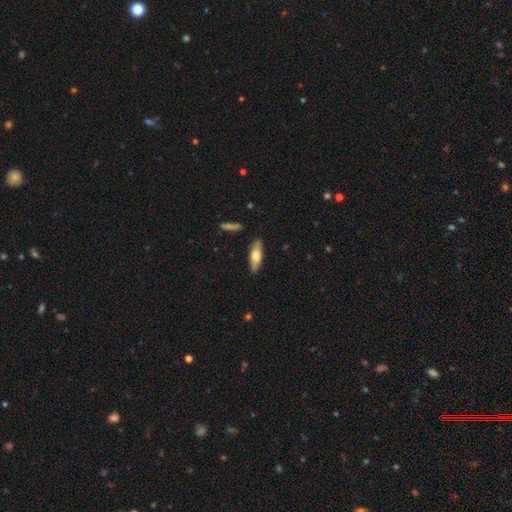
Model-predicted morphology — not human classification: Smooth or featured? Predicted: smooth (p=0.66). How rounded? Predicted: in between (p=0.55). Merging? Predicted: none (p=0.86).